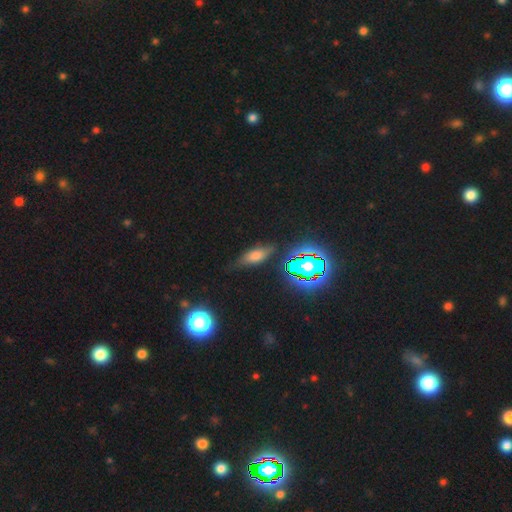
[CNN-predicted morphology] Q: Smooth or featured?
A: smooth (48%); runner-up: featured or disk (30%)
Q: Merging?
A: none (76%); runner-up: minor disturbance (17%)